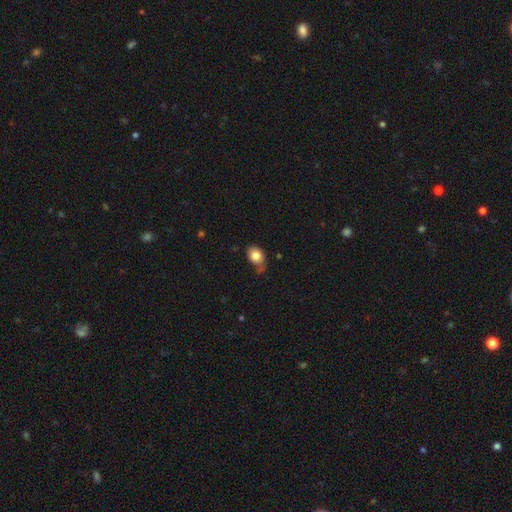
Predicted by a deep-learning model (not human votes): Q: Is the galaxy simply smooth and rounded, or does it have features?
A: smooth — 81%.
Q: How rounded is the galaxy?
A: in between — 63%.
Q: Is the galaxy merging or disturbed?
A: none — 56%.